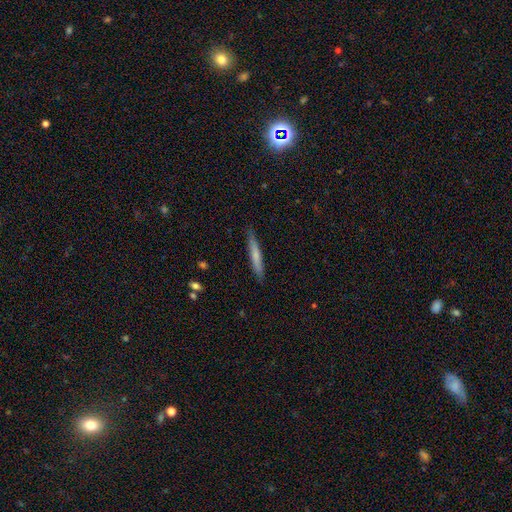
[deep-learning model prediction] This appears to be a smooth galaxy with no disk features (61%) that is cigar-shaped (95%). Merging: none (85%).